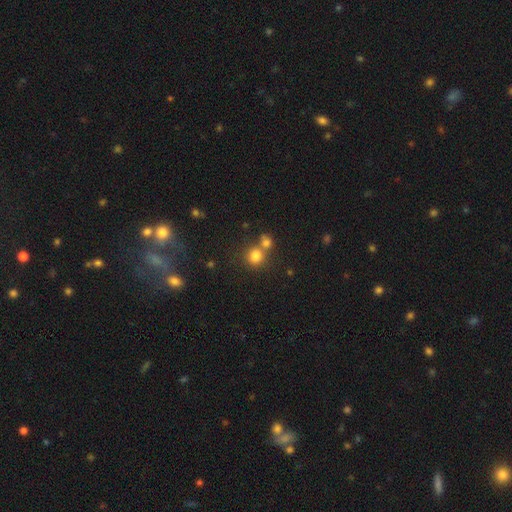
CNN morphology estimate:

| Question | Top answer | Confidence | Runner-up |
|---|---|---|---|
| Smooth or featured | smooth | 79% | star or artifact (14%) |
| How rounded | round | 86% | in between (13%) |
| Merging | none | 54% | merger (35%) |